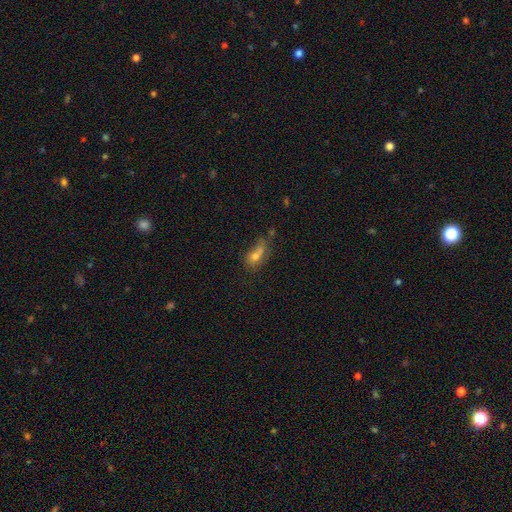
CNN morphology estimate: This is likely a smooth galaxy (63%). How rounded: likely in between (70%). Merging: marginally none (37%).